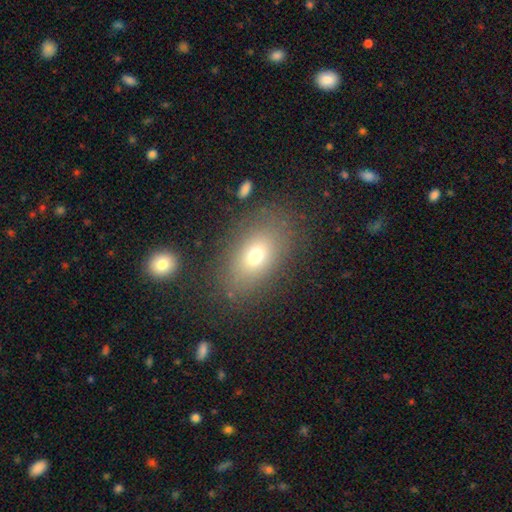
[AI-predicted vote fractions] Overall: smooth (69%). How rounded: in between (83%). Merging: none (78%).